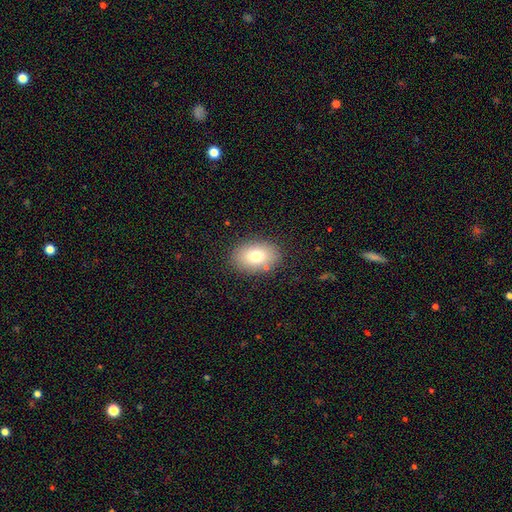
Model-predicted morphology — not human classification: A smooth galaxy with no disk features (76%) that is in between round and cigar-shaped (82%). Merging: none (86%).